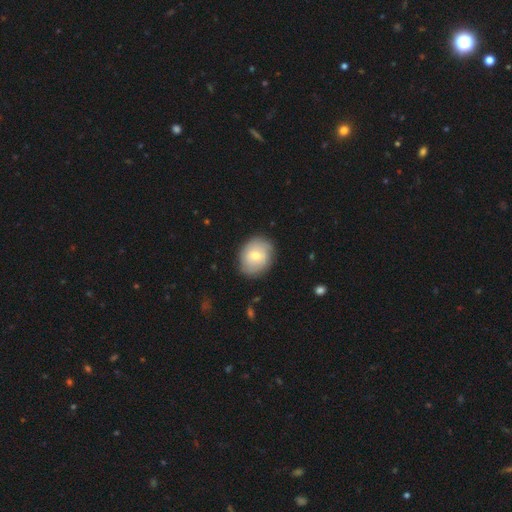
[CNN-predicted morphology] type=smooth (64%); roundness=round (55%); merging=none (83%).